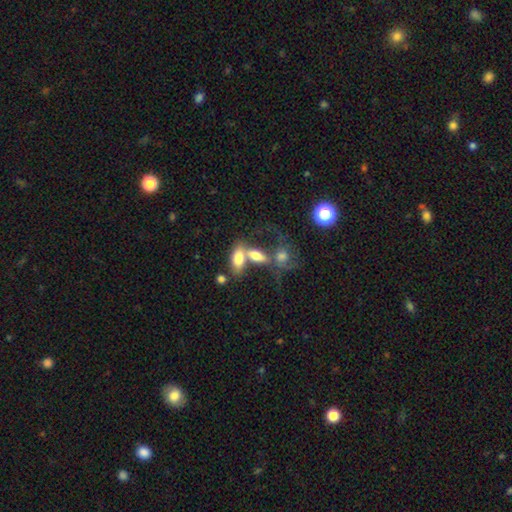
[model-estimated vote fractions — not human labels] A smooth galaxy with no disk features (70%) that is in between round and cigar-shaped (80%).

Vote fractions:
- Smooth or featured? smooth: 70% / featured or disk: 20% / star or artifact: 10%
- How rounded? in between: 80% / cigar-shaped: 13% / round: 7%
- Merging? merger: 58% / none: 24% / minor disturbance: 9% / major disturbance: 8%